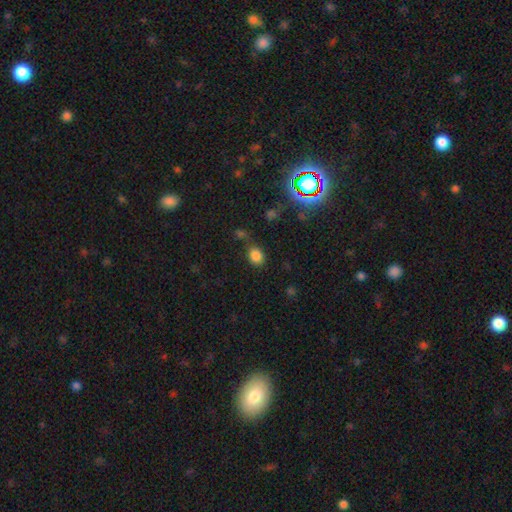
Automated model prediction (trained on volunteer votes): Q: Smooth or featured?
A: smooth (80%); runner-up: star or artifact (15%)
Q: How rounded?
A: in between (52%); runner-up: round (47%)
Q: Merging?
A: none (69%); runner-up: minor disturbance (16%)